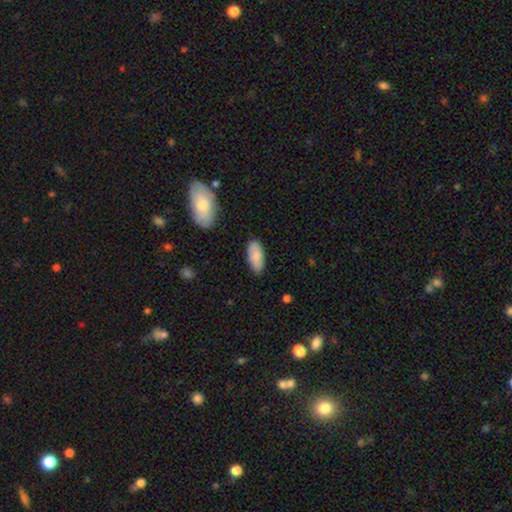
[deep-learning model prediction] A smooth galaxy with no disk features (83%) that is in between round and cigar-shaped (88%).

Vote fractions:
- Smooth or featured? smooth: 83% / featured or disk: 11% / star or artifact: 6%
- How rounded? in between: 88% / cigar-shaped: 10% / round: 2%
- Merging? none: 81% / minor disturbance: 14% / major disturbance: 3% / merger: 2%